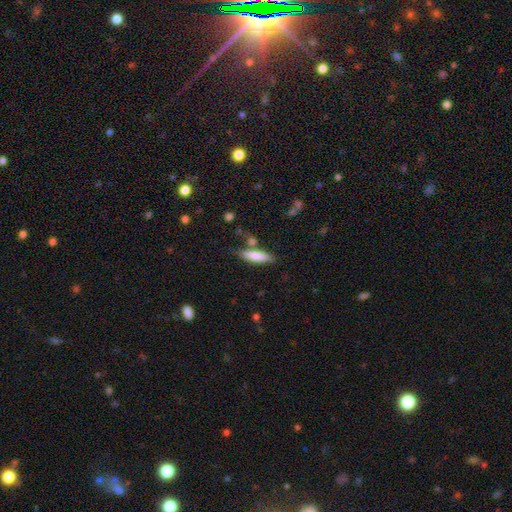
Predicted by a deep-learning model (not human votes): The model was most divided on "how rounded": cigar-shaped: 63%, in between: 35%, round: 2%. More confident: smooth or featured — smooth (76%); merging — none (71%).